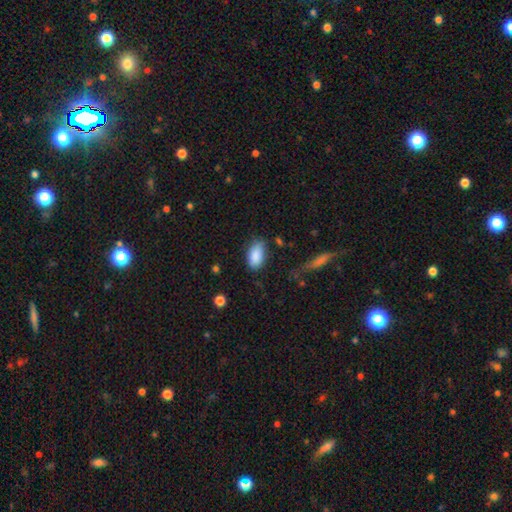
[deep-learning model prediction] smooth 87%, star or artifact 7%, featured or disk 6%. Down the decision tree: how rounded — in between (93%); merging — none (70%).